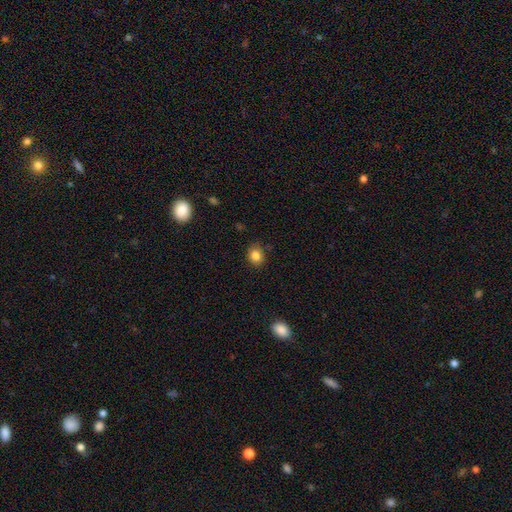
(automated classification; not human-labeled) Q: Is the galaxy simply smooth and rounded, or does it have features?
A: smooth — 84%.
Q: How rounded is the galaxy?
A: round — 68%.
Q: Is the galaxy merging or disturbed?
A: none — 83%.